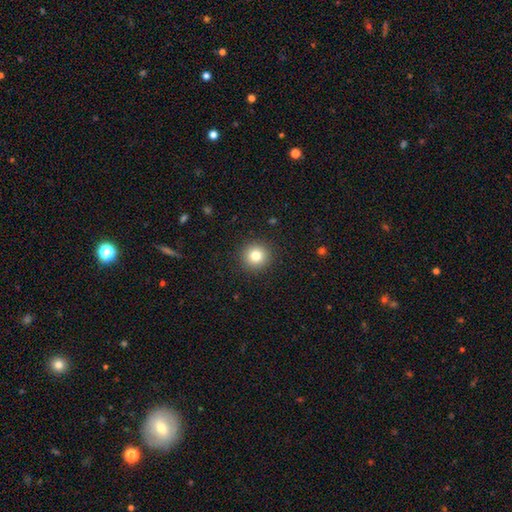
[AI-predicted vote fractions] smooth_or_featured: smooth (p=0.81) [alt: star or artifact p=0.11]
how_rounded: round (p=0.94) [alt: in between p=0.05]
merging: none (p=0.92) [alt: minor disturbance p=0.05]